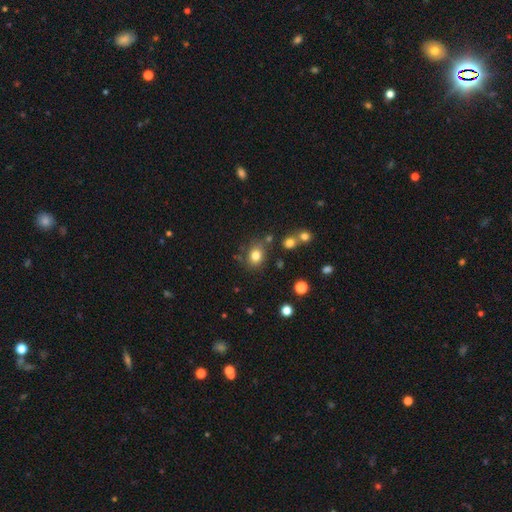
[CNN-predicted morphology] This appears to be a smooth galaxy with no disk features (79%) that is round (59%). Merging: none (75%).